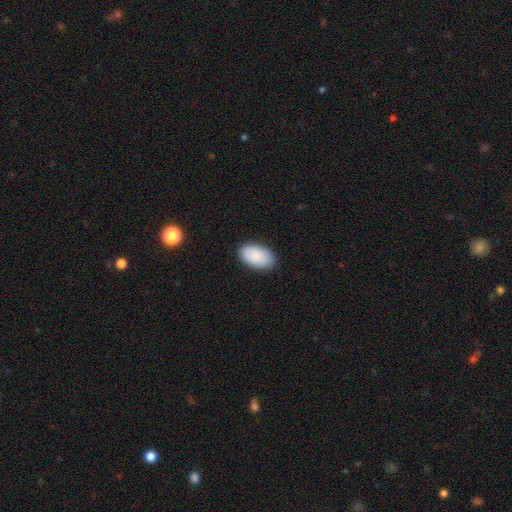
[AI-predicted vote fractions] Smooth or featured?
  - smooth: 90% *
  - star or artifact: 6%
  - featured or disk: 4%
How rounded?
  - in between: 95% *
  - round: 4%
  - cigar-shaped: 1%
Merging?
  - none: 87% *
  - minor disturbance: 10%
  - major disturbance: 2%
  - merger: 1%